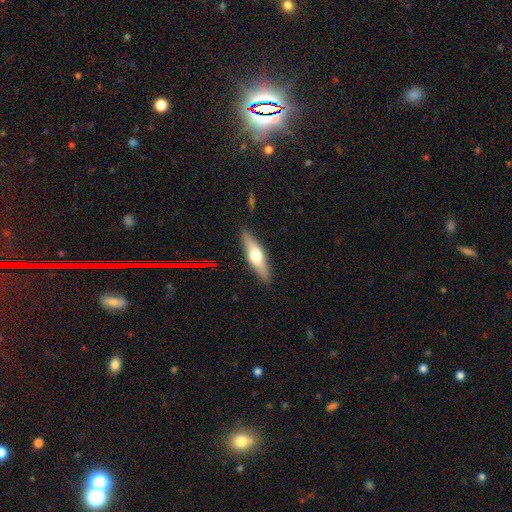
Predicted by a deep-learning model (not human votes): featured or disk 49%, smooth 45%, star or artifact 6%. Down the decision tree: merging — none (88%).